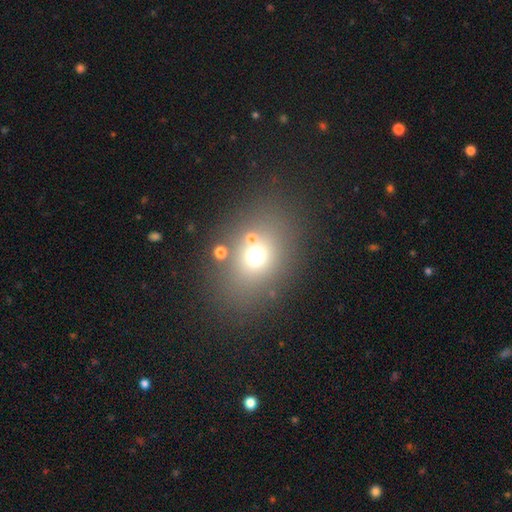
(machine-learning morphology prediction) Overall: smooth (65%). How rounded: round (50%; in between 48%). Merging: none (70%).